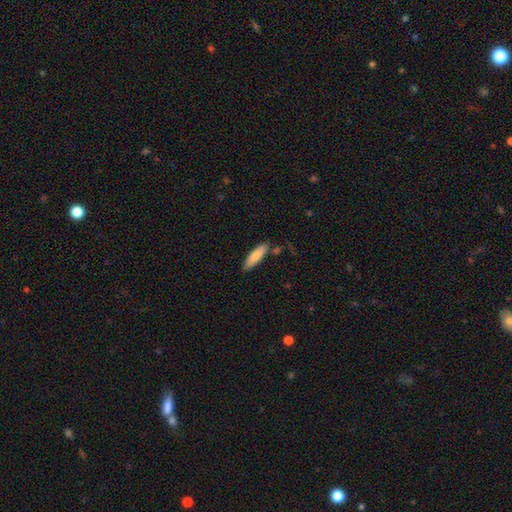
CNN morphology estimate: Smooth or featured? Predicted: smooth (p=0.80). How rounded? Predicted: cigar-shaped (p=0.59). Merging? Predicted: none (p=0.82).